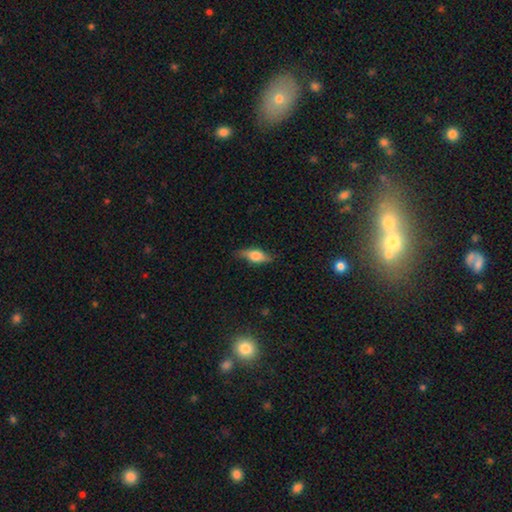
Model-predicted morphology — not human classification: smooth-or-featured: smooth: 55% | featured or disk: 37% | star or artifact: 7%
  how-rounded: in between: 64% | cigar-shaped: 31% | round: 5%
  merging: none: 76% | minor disturbance: 18% | major disturbance: 4% | merger: 1%